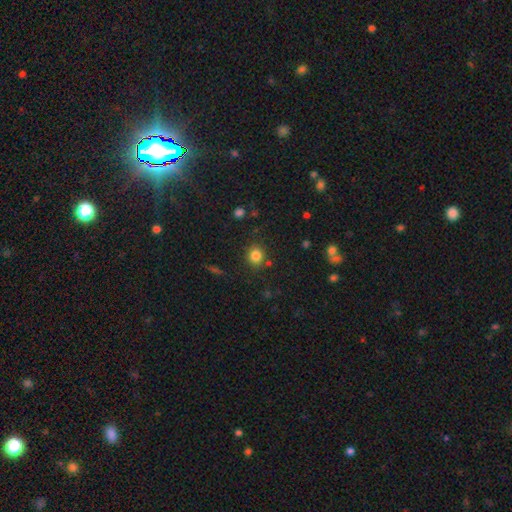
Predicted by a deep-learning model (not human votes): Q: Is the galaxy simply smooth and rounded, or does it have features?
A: smooth — 83%.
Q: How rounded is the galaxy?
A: round — 80%.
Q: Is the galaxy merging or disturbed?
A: none — 82%.